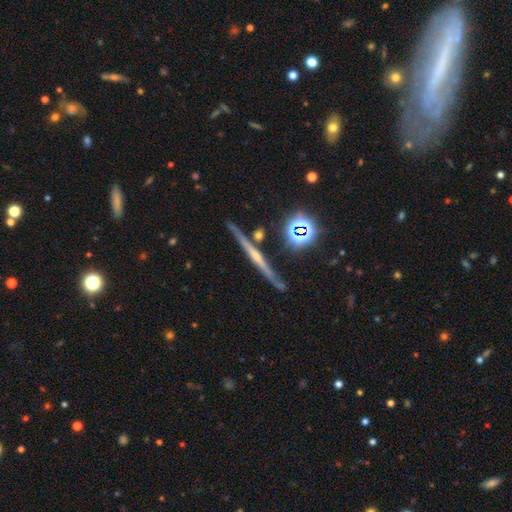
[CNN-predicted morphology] Overall: featured or disk (71%). Edge-on disk: yes (97%). Edge-on bulge: rounded (57%; none 34%). Merging: none (85%).